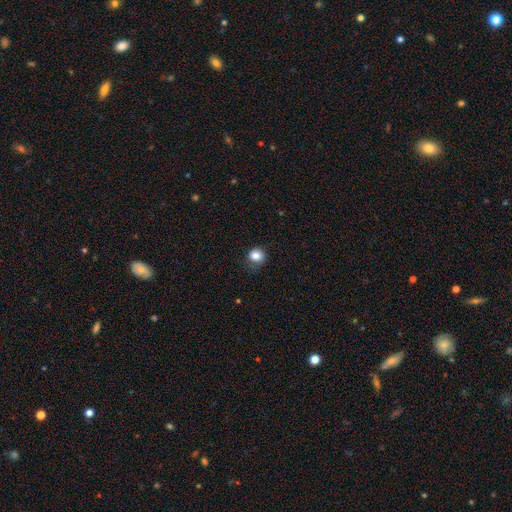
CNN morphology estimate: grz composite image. It shows a smooth galaxy with no disk features (83%) that is round (84%). Merging: none (74%).